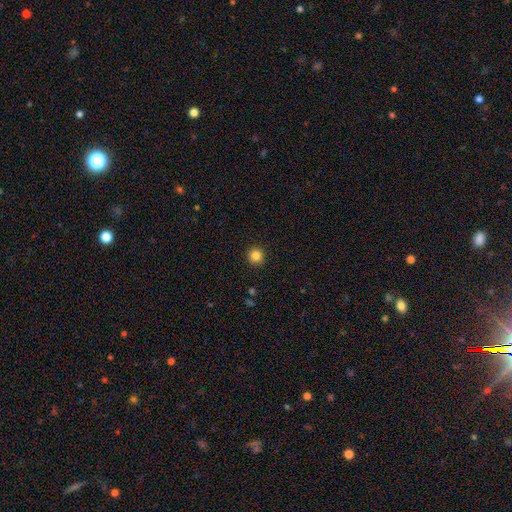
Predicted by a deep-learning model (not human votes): Overall: smooth (84%). How rounded: round (95%). Merging: none (93%).